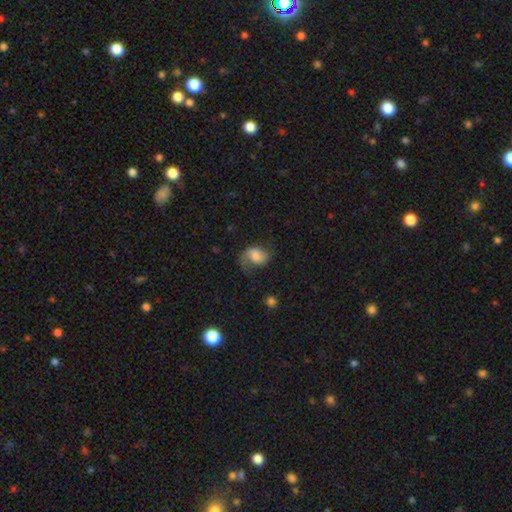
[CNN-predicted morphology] This appears to be a smooth galaxy with no disk features (58%) that is in between round and cigar-shaped (68%). Merging: none (49%).